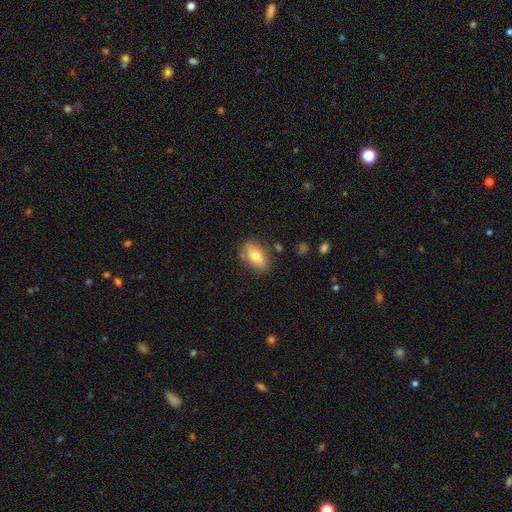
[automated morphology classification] smooth 75%, featured or disk 17%, star or artifact 8%. Down the decision tree: how rounded — in between (87%); merging — none (75%).